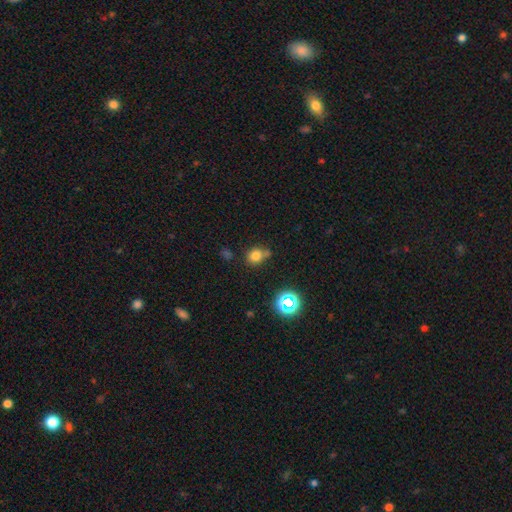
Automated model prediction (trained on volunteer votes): A smooth galaxy with no disk features (75%) that is round (70%).

Vote fractions:
- Smooth or featured? smooth: 75% / star or artifact: 16% / featured or disk: 8%
- How rounded? round: 70% / in between: 29% / cigar-shaped: 1%
- Merging? none: 57% / minor disturbance: 23% / merger: 13% / major disturbance: 7%